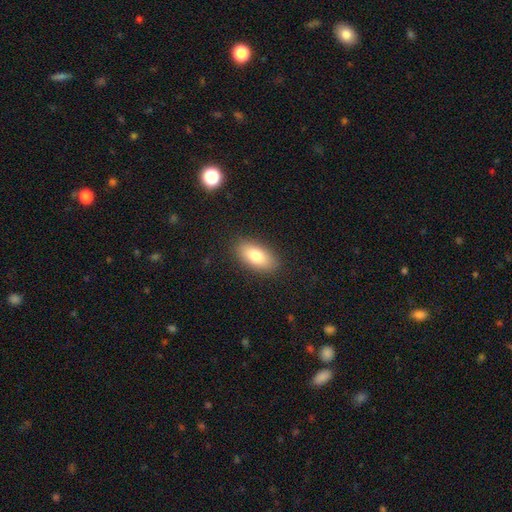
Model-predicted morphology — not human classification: type=smooth (79%); roundness=in between (90%); merging=none (87%).